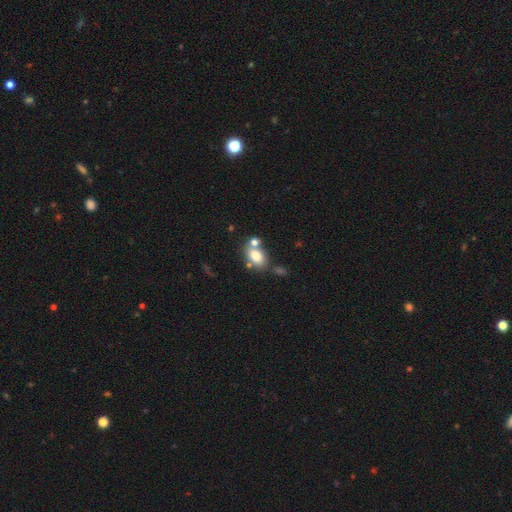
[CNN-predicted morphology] Smooth or featured?
  - smooth: 76% *
  - featured or disk: 14%
  - star or artifact: 10%
How rounded?
  - in between: 80% *
  - round: 18%
  - cigar-shaped: 2%
Merging?
  - none: 55% *
  - merger: 27%
  - minor disturbance: 13%
  - major disturbance: 5%